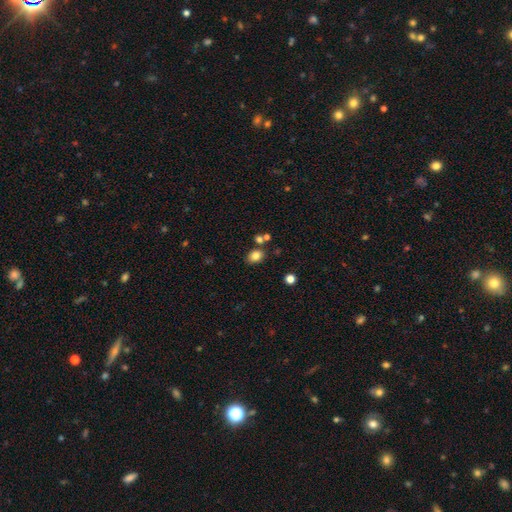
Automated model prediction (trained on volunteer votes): This is clearly a smooth galaxy (82%). How rounded: likely in between (63%). Merging: likely none (76%).